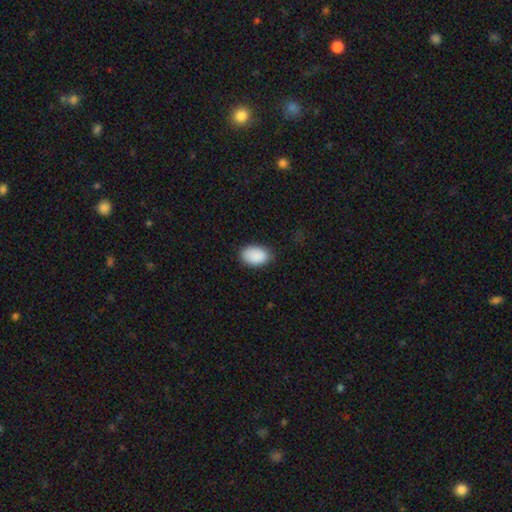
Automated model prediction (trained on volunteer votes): Smooth or featured: smooth — 90% (star or artifact — 7%)
How rounded: in between — 91% (round — 8%)
Merging: none — 80% (minor disturbance — 16%)